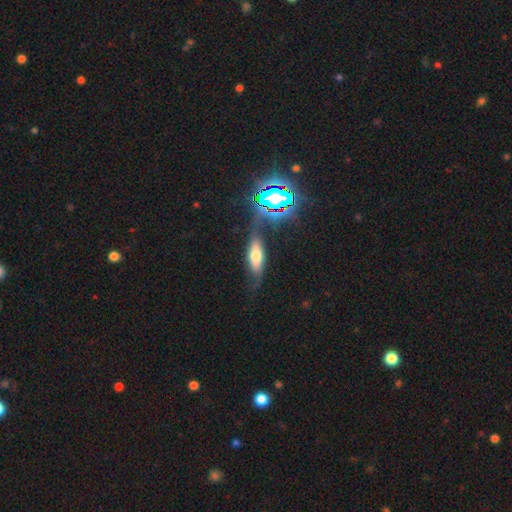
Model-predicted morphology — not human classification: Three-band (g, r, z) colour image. It shows a smooth galaxy with no disk features (49%). Merging: none (59%).